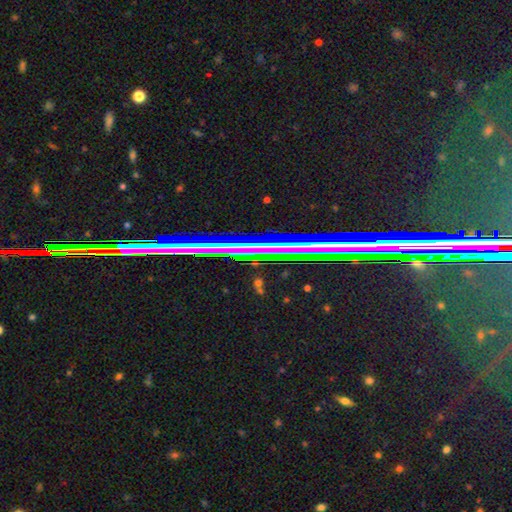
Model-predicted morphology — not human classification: type=star or artifact (65%).